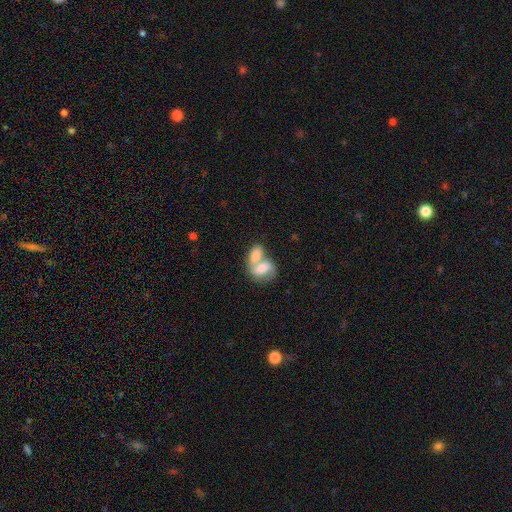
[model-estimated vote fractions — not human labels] Smooth or featured? smooth (62%)
How rounded? in between (81%)
Merging? merger (74%)